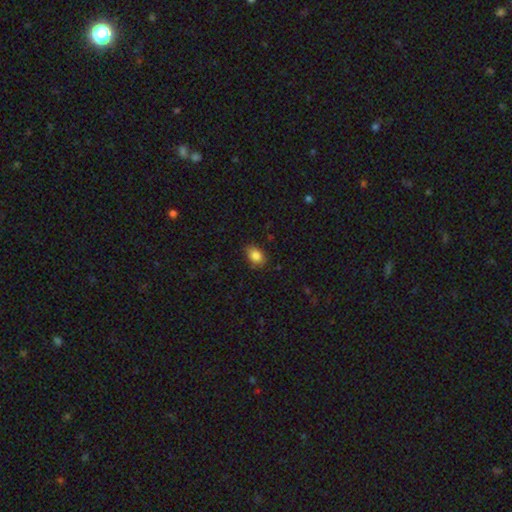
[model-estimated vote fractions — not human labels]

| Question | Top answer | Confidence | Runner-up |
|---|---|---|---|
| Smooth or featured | smooth | 85% | star or artifact (8%) |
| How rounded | in between | 83% | round (16%) |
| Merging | none | 82% | minor disturbance (14%) |